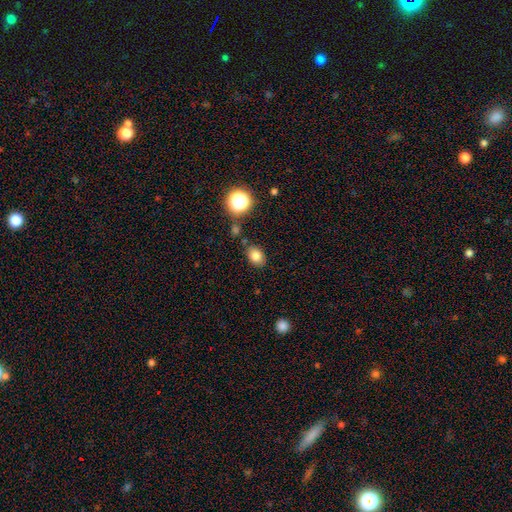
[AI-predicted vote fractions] smooth-or-featured: smooth: 80% | star or artifact: 13% | featured or disk: 8%
  how-rounded: in between: 68% | round: 31% | cigar-shaped: 1%
  merging: none: 79% | minor disturbance: 13% | merger: 5% | major disturbance: 3%